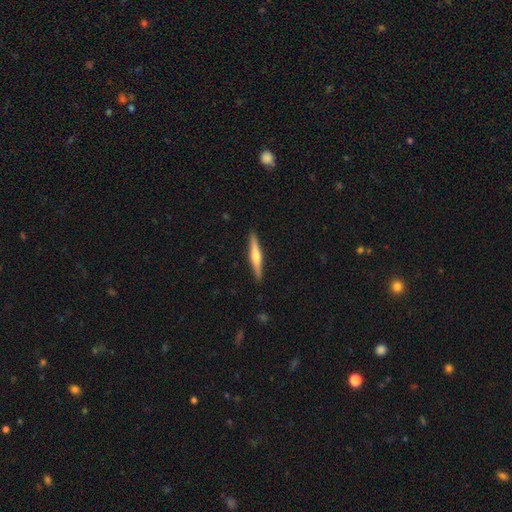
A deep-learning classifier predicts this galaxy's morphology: The model was most divided on "smooth or featured": featured or disk: 57%, smooth: 38%, star or artifact: 5%. More confident: edge-on disk — yes (97%); merging — none (91%); edge-on bulge — rounded (82%).